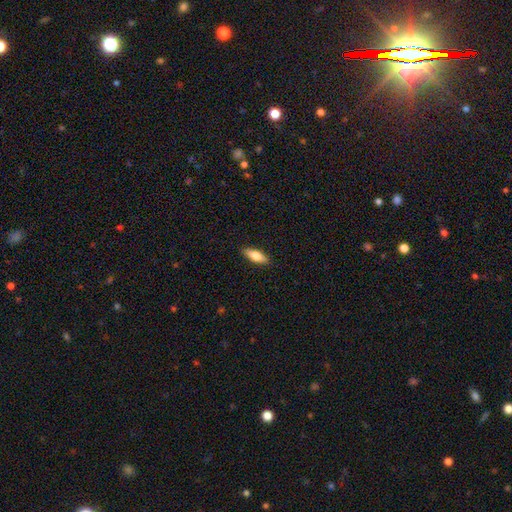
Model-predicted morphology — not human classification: Smooth or featured: smooth — 69% (featured or disk — 25%)
How rounded: in between — 60% (cigar-shaped — 37%)
Merging: none — 89% (minor disturbance — 8%)